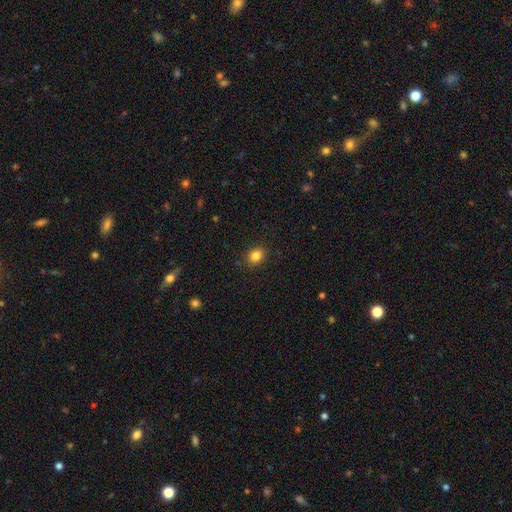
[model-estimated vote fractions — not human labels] Smooth or featured: smooth — 84% (star or artifact — 11%)
How rounded: round — 67% (in between — 33%)
Merging: none — 90% (minor disturbance — 7%)